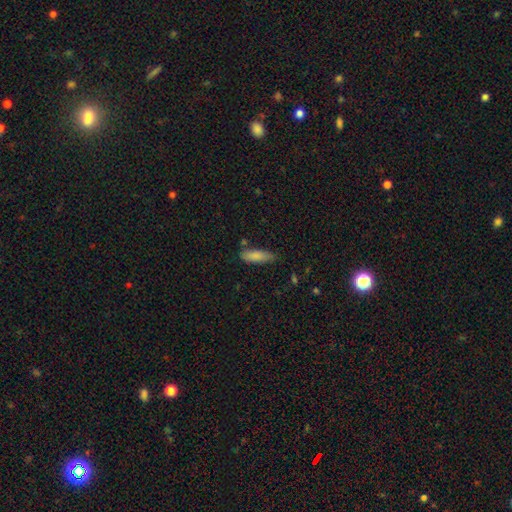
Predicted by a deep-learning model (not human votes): A smooth galaxy with no disk features (84%) that is in between round and cigar-shaped (49%, tied with cigar-shaped). Merging: none (68%).